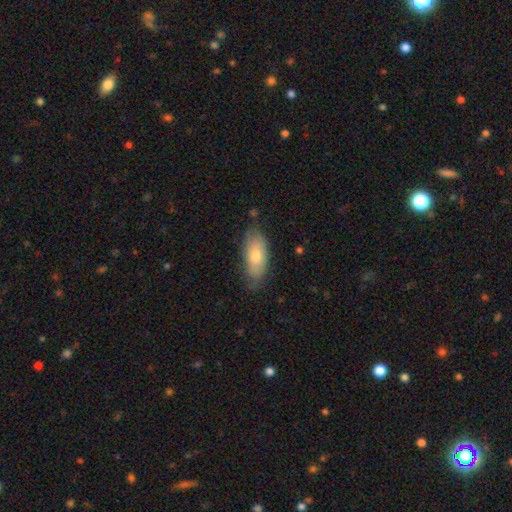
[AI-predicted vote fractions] The model was most divided on "smooth or featured": smooth: 68%, featured or disk: 26%, star or artifact: 6%. More confident: how rounded — in between (82%); merging — none (70%).